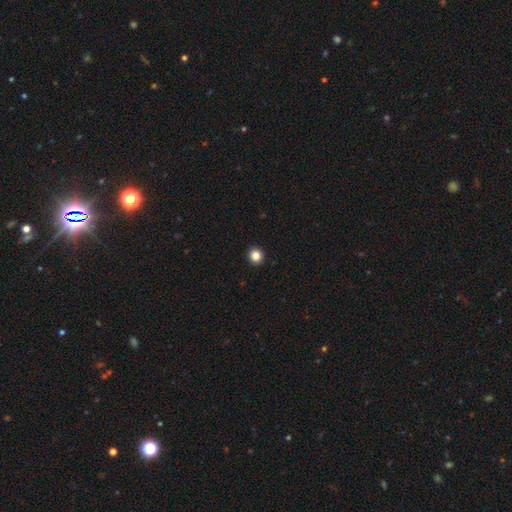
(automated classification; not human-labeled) This is clearly a smooth galaxy (85%). How rounded: clearly round (90%). Merging: clearly none (93%).